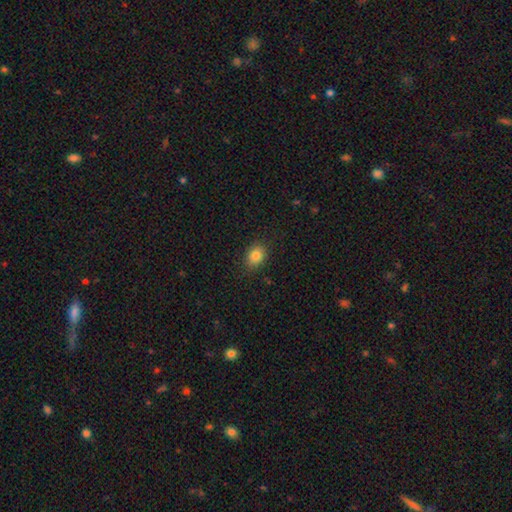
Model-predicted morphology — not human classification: Q: Smooth or featured?
A: smooth (83%); runner-up: star or artifact (10%)
Q: How rounded?
A: in between (60%); runner-up: round (39%)
Q: Merging?
A: none (85%); runner-up: minor disturbance (11%)